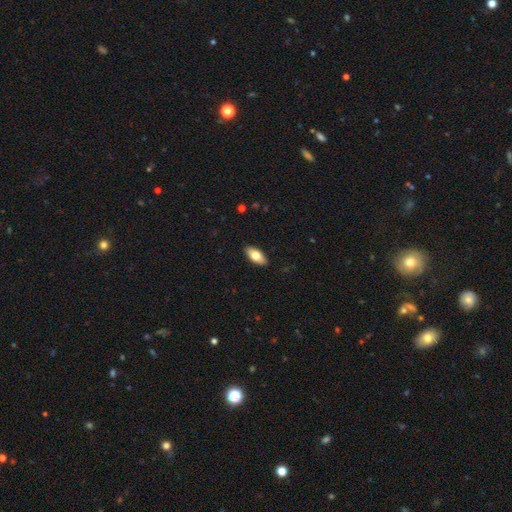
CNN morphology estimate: smooth_or_featured: smooth (p=0.72) [alt: featured or disk p=0.22]
how_rounded: in between (p=0.87) [alt: cigar-shaped p=0.10]
merging: none (p=0.90) [alt: minor disturbance p=0.08]